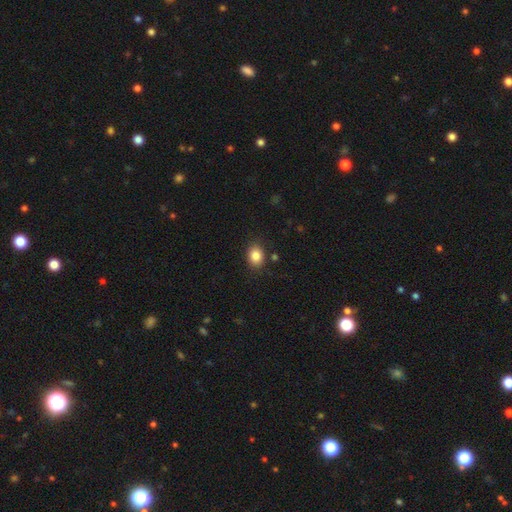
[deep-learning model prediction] This appears to be a smooth galaxy with no disk features (85%) that is in between round and cigar-shaped (59%). Merging: none (84%).